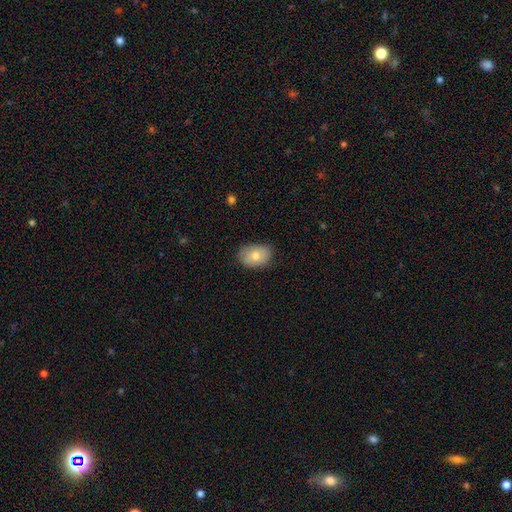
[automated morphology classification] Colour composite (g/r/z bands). It shows a smooth galaxy with no disk features (77%) that is in between round and cigar-shaped (80%). Merging: none (81%).